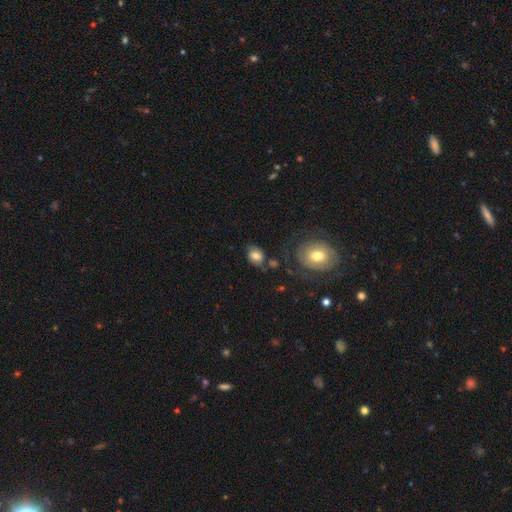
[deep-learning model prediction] Smooth or featured? smooth (70%)
How rounded? in between (54%)
Merging? none (60%)